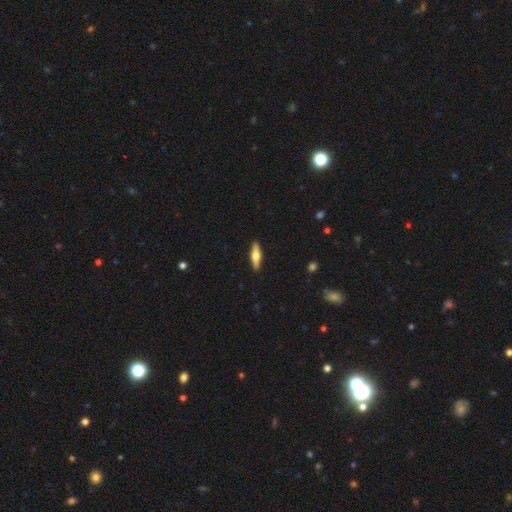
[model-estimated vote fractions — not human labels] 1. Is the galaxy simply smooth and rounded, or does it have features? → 52% featured or disk, 42% smooth, 5% star or artifact.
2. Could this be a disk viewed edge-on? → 94% yes, 6% no.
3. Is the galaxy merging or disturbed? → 91% none, 7% minor disturbance, 1% major disturbance, 1% merger.